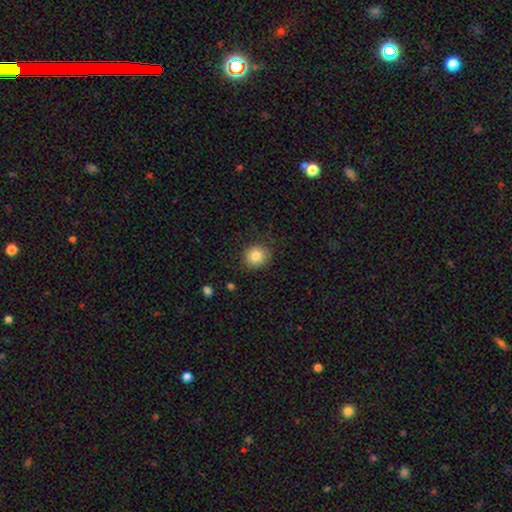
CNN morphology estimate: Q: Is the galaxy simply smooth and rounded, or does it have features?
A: smooth — 83%.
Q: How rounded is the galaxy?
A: round — 86%.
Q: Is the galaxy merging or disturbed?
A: none — 84%.